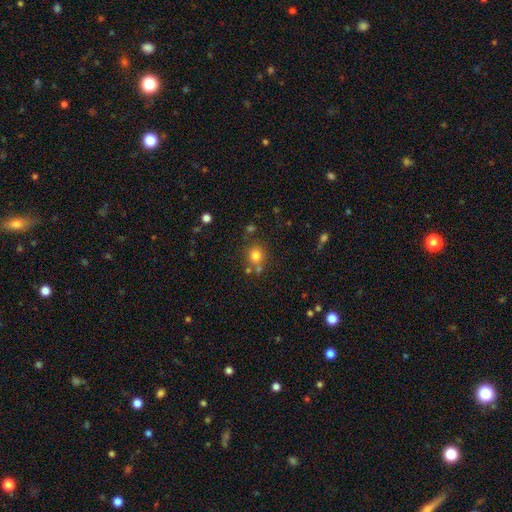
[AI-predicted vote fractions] Smooth or featured? smooth (78%)
How rounded? round (87%)
Merging? none (69%)